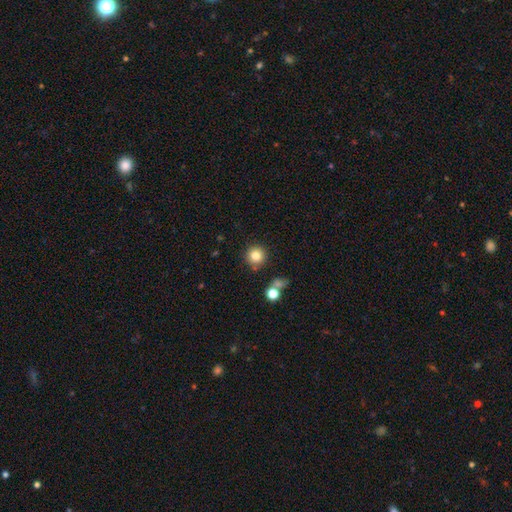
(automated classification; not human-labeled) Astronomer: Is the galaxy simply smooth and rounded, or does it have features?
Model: smooth — 82%.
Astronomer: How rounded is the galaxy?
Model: round — 94%.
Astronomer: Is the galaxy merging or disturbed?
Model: none — 84%.